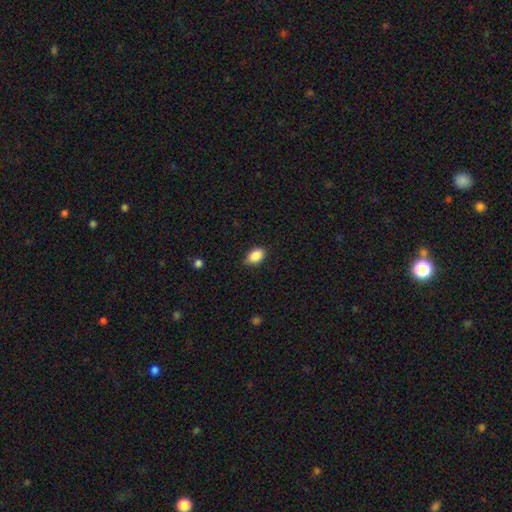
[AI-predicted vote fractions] Smooth or featured: smooth — 88% (star or artifact — 8%)
How rounded: in between — 87% (round — 12%)
Merging: none — 78% (minor disturbance — 18%)